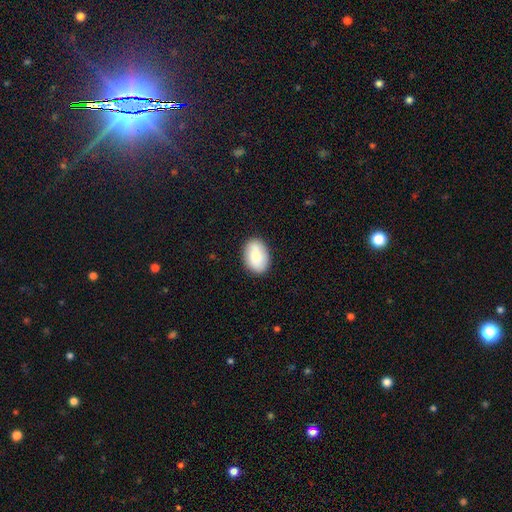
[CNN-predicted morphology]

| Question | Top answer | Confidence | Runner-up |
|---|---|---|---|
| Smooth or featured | smooth | 77% | featured or disk (17%) |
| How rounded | in between | 83% | round (16%) |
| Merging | none | 87% | minor disturbance (9%) |